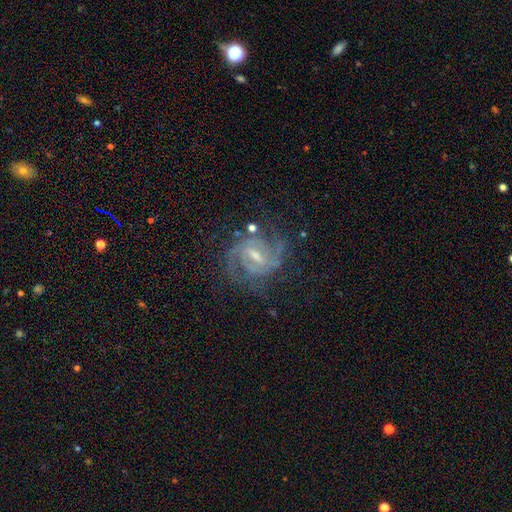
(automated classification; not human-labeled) Overall: featured or disk (88%). Edge-on disk: no (97%). Bar: weak (48%; strong 42%). Spiral arms: yes (97%). Spiral arm count: 2 (56%; 3 17%). Spiral winding: tight (48%; medium 43%). Bulge size: small (44%; moderate 43%). Merging: none (67%).